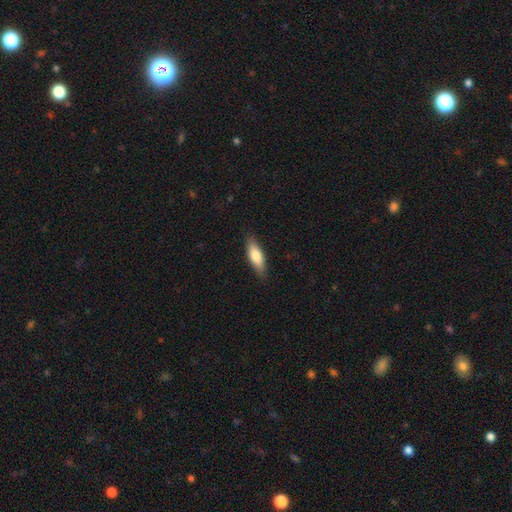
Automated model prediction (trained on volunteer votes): The model was most divided on "how rounded": in between: 59%, cigar-shaped: 39%, round: 2%. More confident: merging — none (86%); smooth or featured — smooth (76%).